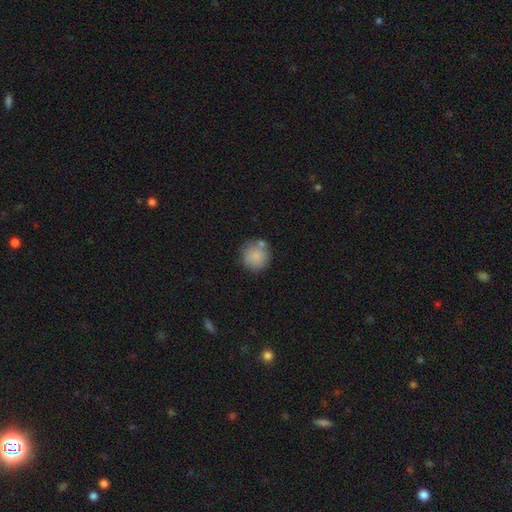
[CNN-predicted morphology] This appears to be a smooth galaxy with no disk features (84%) that is round (94%). Merging: none (71%).